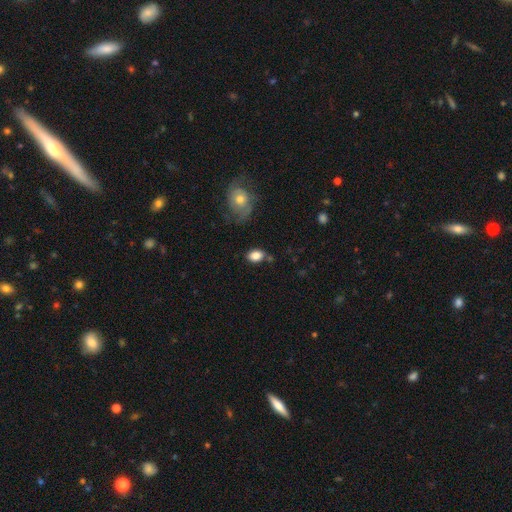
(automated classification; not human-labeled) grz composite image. It shows a smooth galaxy with no disk features (83%) that is in between round and cigar-shaped (80%). Merging: none (68%).